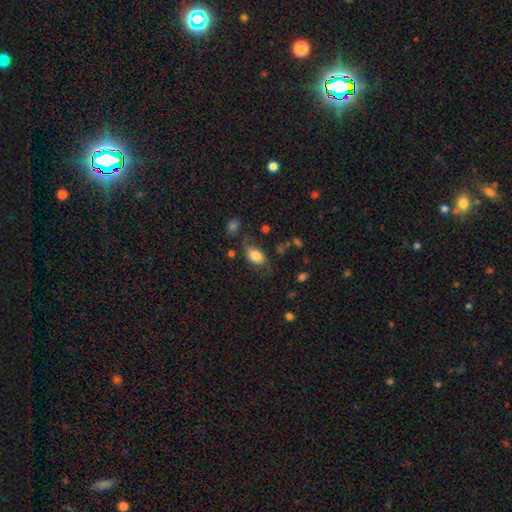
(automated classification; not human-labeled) smooth_or_featured: smooth (p=0.60) [alt: featured or disk p=0.31]
how_rounded: in between (p=0.87) [alt: round p=0.11]
merging: none (p=0.55) [alt: minor disturbance p=0.23]